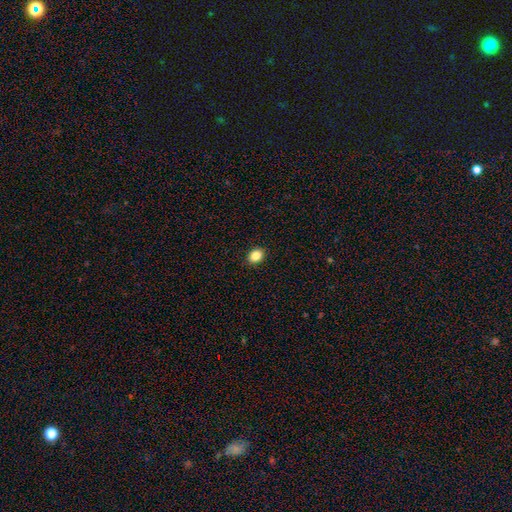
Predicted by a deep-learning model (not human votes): Morphology: type=smooth (85%); roundness=in between (51%); merging=none (91%).